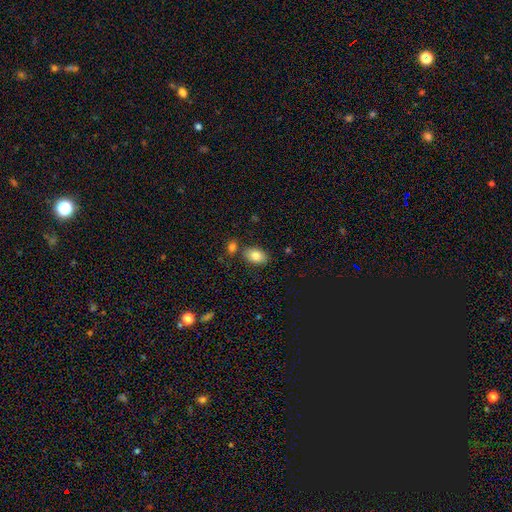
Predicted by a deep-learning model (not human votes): Q: Smooth or featured?
A: smooth (83%); runner-up: featured or disk (9%)
Q: How rounded?
A: in between (86%); runner-up: round (13%)
Q: Merging?
A: none (76%); runner-up: minor disturbance (11%)